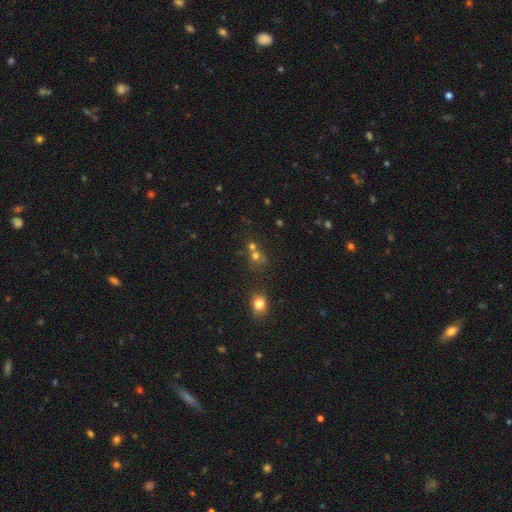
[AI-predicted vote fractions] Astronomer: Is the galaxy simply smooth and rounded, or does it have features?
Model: smooth — 66%.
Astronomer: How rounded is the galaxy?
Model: round — 80%.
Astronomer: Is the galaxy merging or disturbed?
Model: merger — 44% (runner-up: none, 43%).